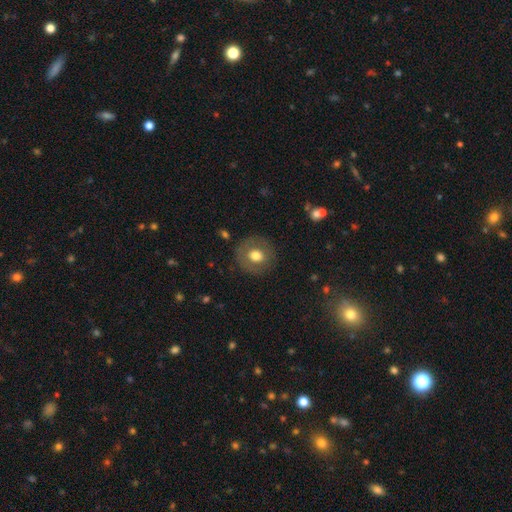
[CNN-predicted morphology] The model was most divided on "smooth or featured": smooth: 67%, featured or disk: 25%, star or artifact: 9%. More confident: how rounded — round (87%); merging — none (85%).